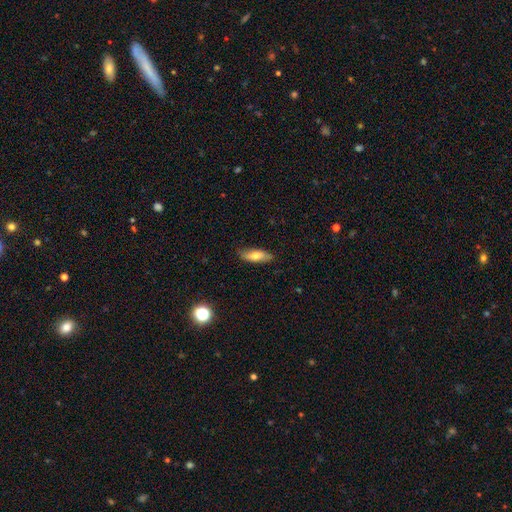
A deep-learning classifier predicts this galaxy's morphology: A smooth galaxy with no disk features (70%) that is in between round and cigar-shaped (63%).

Vote fractions:
- Smooth or featured? smooth: 70% / featured or disk: 23% / star or artifact: 7%
- How rounded? in between: 63% / cigar-shaped: 34% / round: 3%
- Merging? none: 82% / minor disturbance: 14% / major disturbance: 2% / merger: 1%